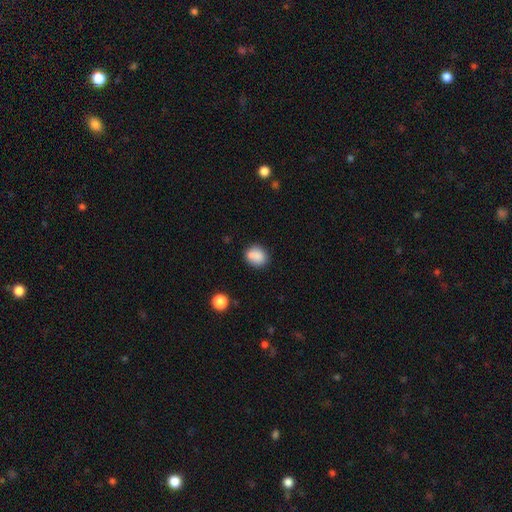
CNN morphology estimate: This appears to be a smooth galaxy with no disk features (82%) that is round (59%). Merging: none (65%).